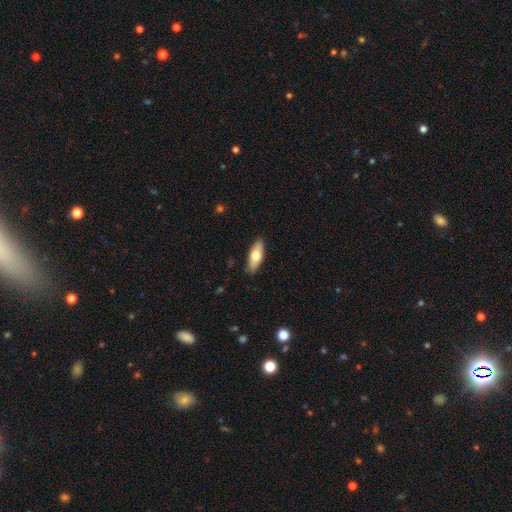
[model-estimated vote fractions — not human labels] Q: Smooth or featured?
A: smooth (65%); runner-up: featured or disk (29%)
Q: How rounded?
A: in between (71%); runner-up: cigar-shaped (26%)
Q: Merging?
A: none (88%); runner-up: minor disturbance (10%)